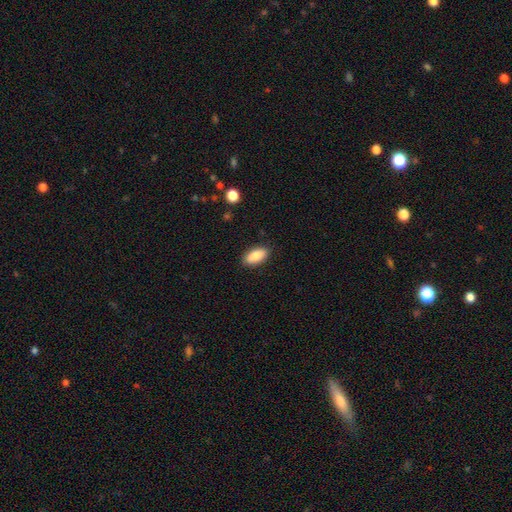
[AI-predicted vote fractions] Smooth or featured?
  - smooth: 87% *
  - featured or disk: 7%
  - star or artifact: 6%
How rounded?
  - in between: 89% *
  - cigar-shaped: 8%
  - round: 2%
Merging?
  - none: 88% *
  - minor disturbance: 9%
  - major disturbance: 2%
  - merger: 1%